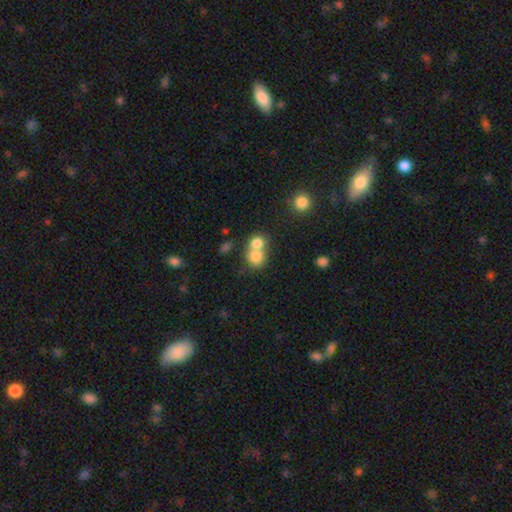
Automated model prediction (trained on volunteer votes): smooth 77%, featured or disk 13%, star or artifact 10%. Down the decision tree: how rounded — round (73%); merging — merger (62%).